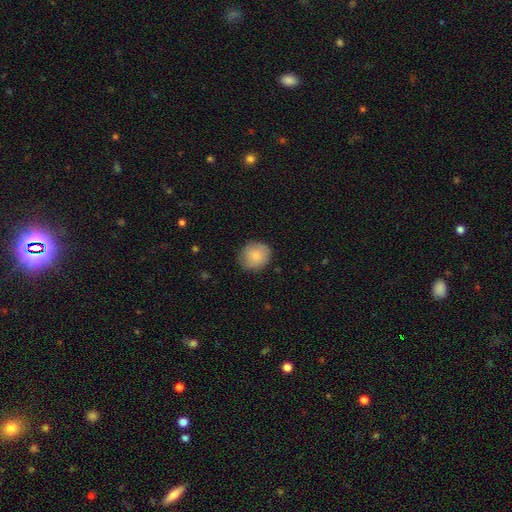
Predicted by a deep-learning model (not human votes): This appears to be a smooth galaxy with no disk features (83%) that is round (80%). Merging: none (83%).